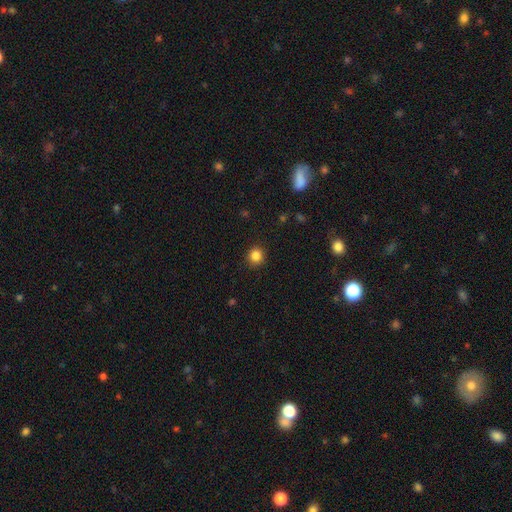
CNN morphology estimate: smooth_or_featured: smooth (p=0.85) [alt: star or artifact p=0.11]
how_rounded: round (p=0.92) [alt: in between p=0.08]
merging: none (p=0.91) [alt: minor disturbance p=0.06]